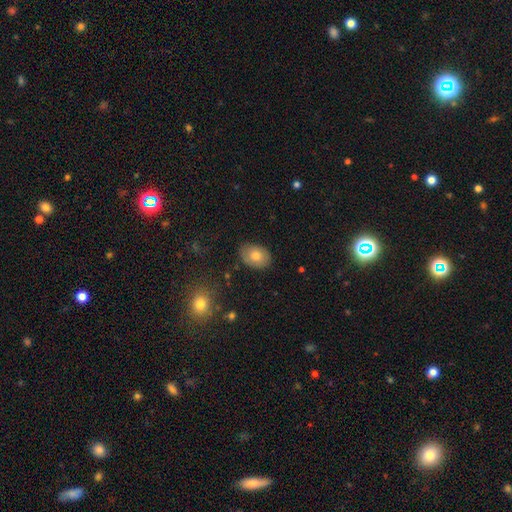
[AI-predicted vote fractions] smooth_or_featured: smooth (p=0.77) [alt: featured or disk p=0.15]
how_rounded: in between (p=0.72) [alt: round p=0.27]
merging: none (p=0.83) [alt: minor disturbance p=0.13]